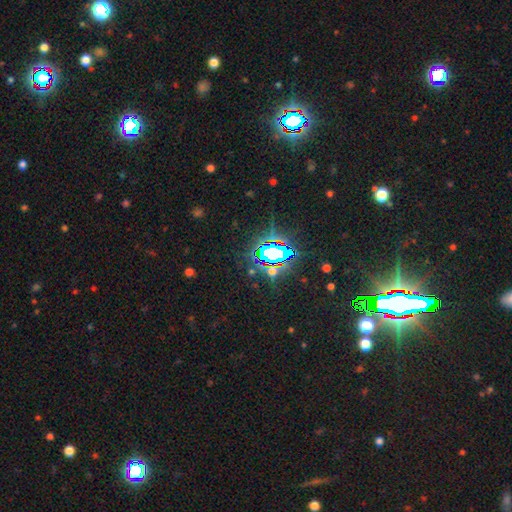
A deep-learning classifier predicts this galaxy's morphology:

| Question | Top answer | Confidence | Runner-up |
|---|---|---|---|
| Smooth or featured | star or artifact | 80% | smooth (12%) |